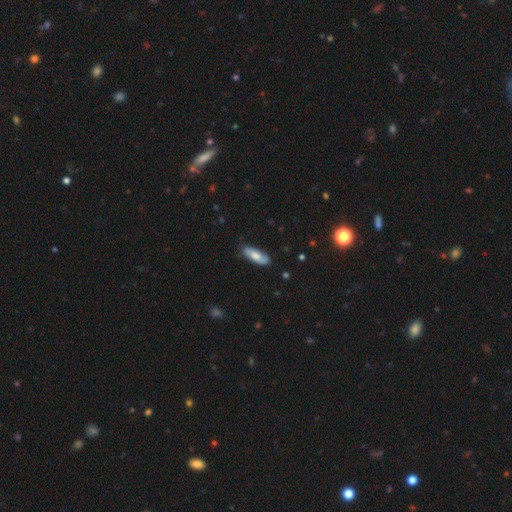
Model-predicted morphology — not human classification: A smooth galaxy with no disk features (63%) that is in between round and cigar-shaped (64%). Merging: none (77%).